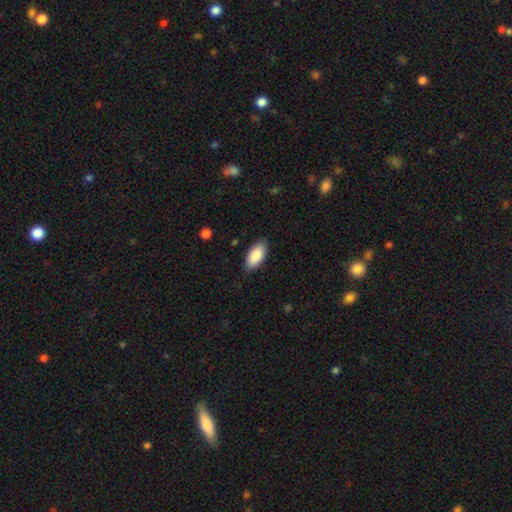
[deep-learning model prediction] A smooth galaxy with no disk features (88%) that is in between round and cigar-shaped (93%).

Vote fractions:
- Smooth or featured? smooth: 88% / star or artifact: 6% / featured or disk: 6%
- How rounded? in between: 93% / cigar-shaped: 5% / round: 2%
- Merging? none: 84% / minor disturbance: 12% / major disturbance: 3% / merger: 1%